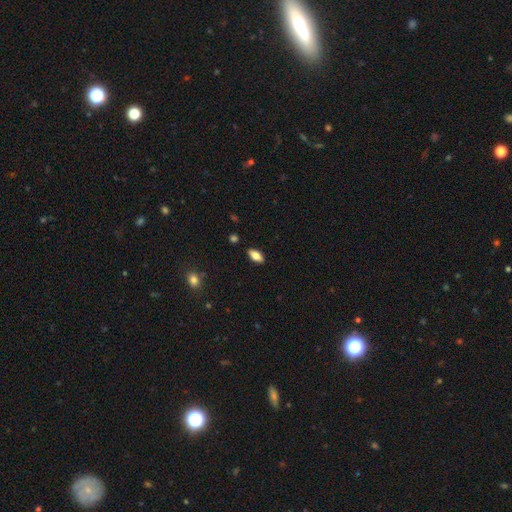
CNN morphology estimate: Q: Smooth or featured?
A: smooth (73%); runner-up: featured or disk (19%)
Q: How rounded?
A: in between (87%); runner-up: cigar-shaped (10%)
Q: Merging?
A: none (88%); runner-up: minor disturbance (9%)